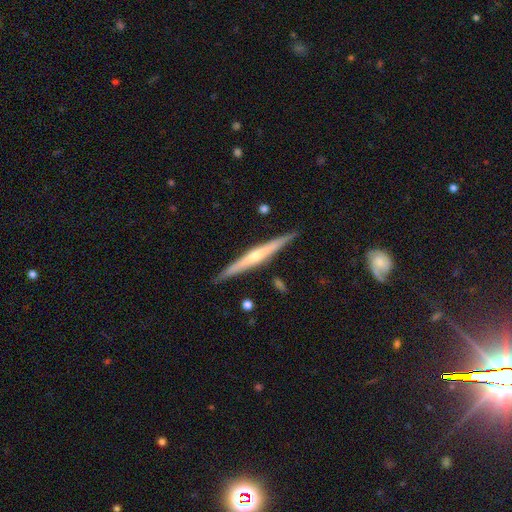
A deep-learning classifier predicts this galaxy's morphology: type=featured or disk (76%); edge-on=yes (98%); edge-on bulge=rounded (75%); merging=none (90%).